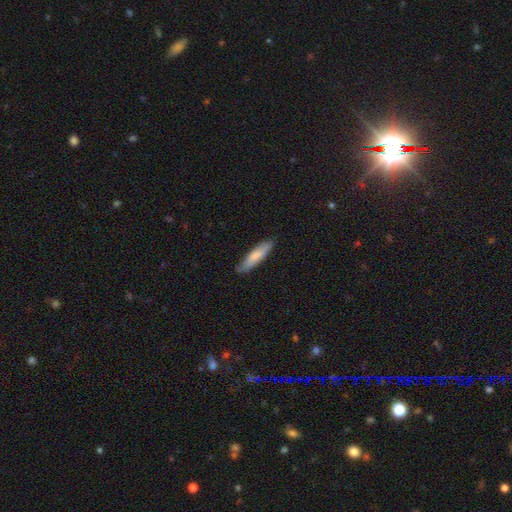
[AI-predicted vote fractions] smooth_or_featured: smooth (p=0.78) [alt: featured or disk p=0.17]
how_rounded: cigar-shaped (p=0.74) [alt: in between p=0.24]
merging: none (p=0.83) [alt: minor disturbance p=0.14]